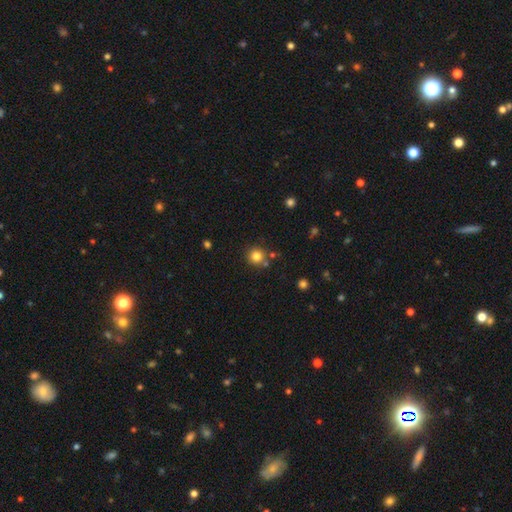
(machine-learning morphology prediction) Overall: smooth (82%). How rounded: round (93%). Merging: none (79%).